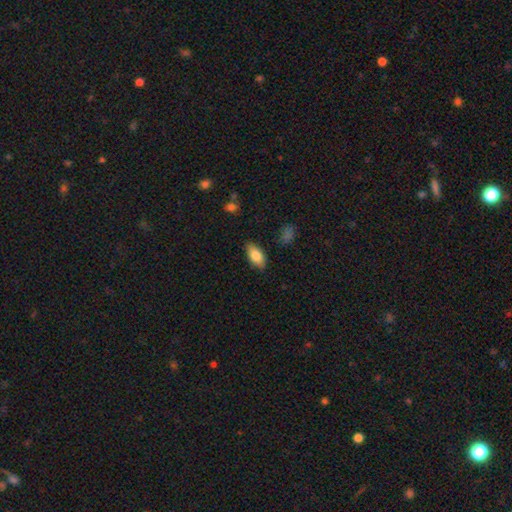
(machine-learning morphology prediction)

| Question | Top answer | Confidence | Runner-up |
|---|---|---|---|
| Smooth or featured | smooth | 81% | featured or disk (12%) |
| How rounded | in between | 91% | cigar-shaped (6%) |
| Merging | none | 84% | minor disturbance (12%) |